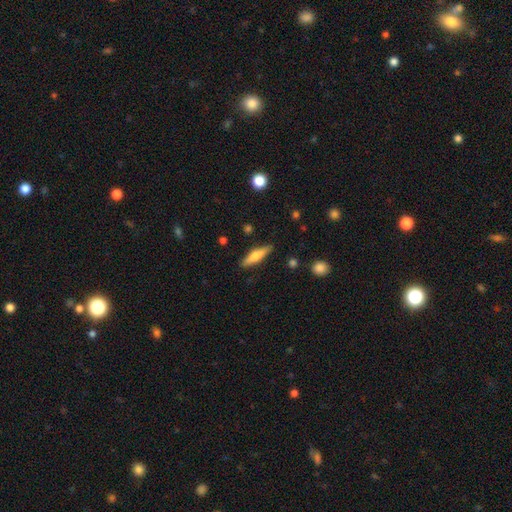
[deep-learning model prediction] Smooth or featured? Predicted: smooth (p=0.54). How rounded? Predicted: cigar-shaped (p=0.76). Merging? Predicted: none (p=0.86).